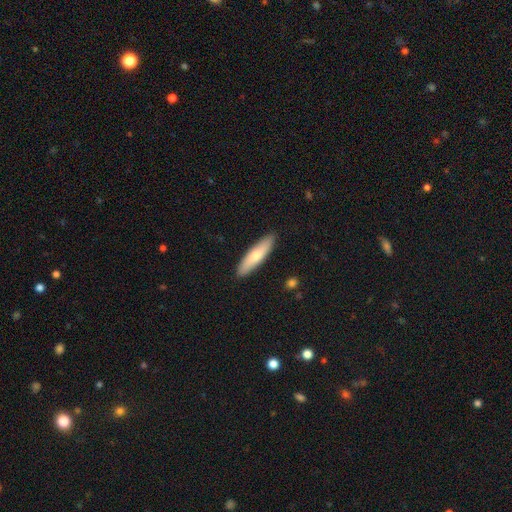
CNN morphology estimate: Q: Smooth or featured?
A: smooth (68%); runner-up: featured or disk (27%)
Q: How rounded?
A: cigar-shaped (73%); runner-up: in between (26%)
Q: Merging?
A: none (90%); runner-up: minor disturbance (8%)